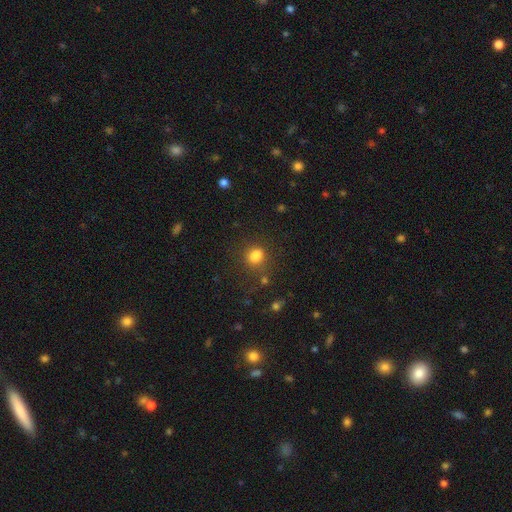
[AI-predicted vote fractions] smooth_or_featured: smooth (p=0.80) [alt: star or artifact p=0.14]
how_rounded: round (p=0.52) [alt: in between p=0.46]
merging: none (p=0.69) [alt: minor disturbance p=0.16]